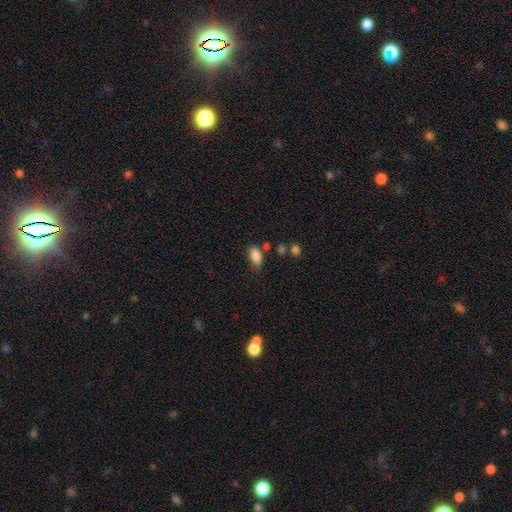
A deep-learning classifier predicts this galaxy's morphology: Smooth or featured: smooth — 85% (star or artifact — 9%)
How rounded: in between — 87% (cigar-shaped — 9%)
Merging: none — 60% (minor disturbance — 25%)